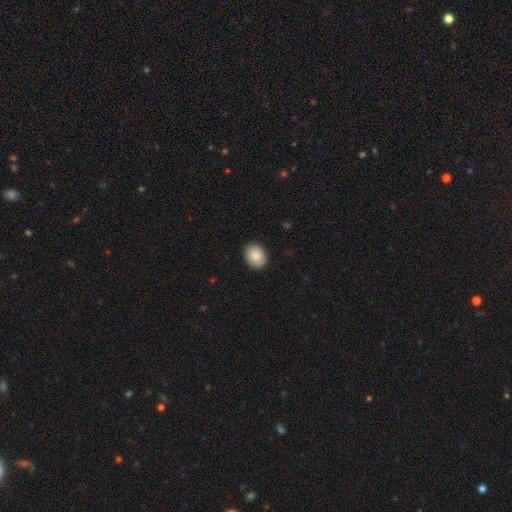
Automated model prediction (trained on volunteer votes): smooth_or_featured: smooth (p=0.87) [alt: star or artifact p=0.07]
how_rounded: in between (p=0.56) [alt: round p=0.43]
merging: none (p=0.89) [alt: minor disturbance p=0.08]